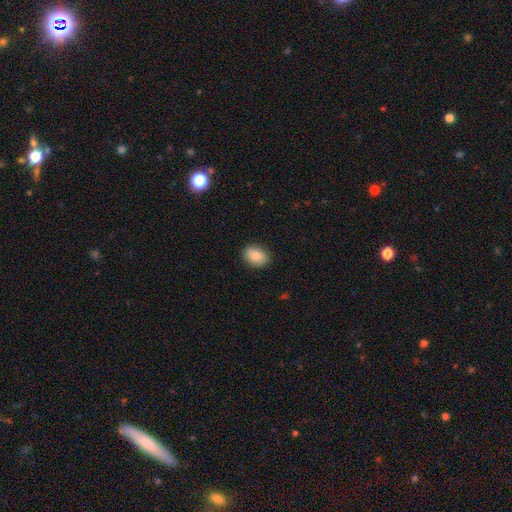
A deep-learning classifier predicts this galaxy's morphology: smooth-or-featured: smooth: 88% | star or artifact: 7% | featured or disk: 5%
  how-rounded: in between: 71% | round: 28% | cigar-shaped: 1%
  merging: none: 88% | minor disturbance: 9% | major disturbance: 2% | merger: 1%